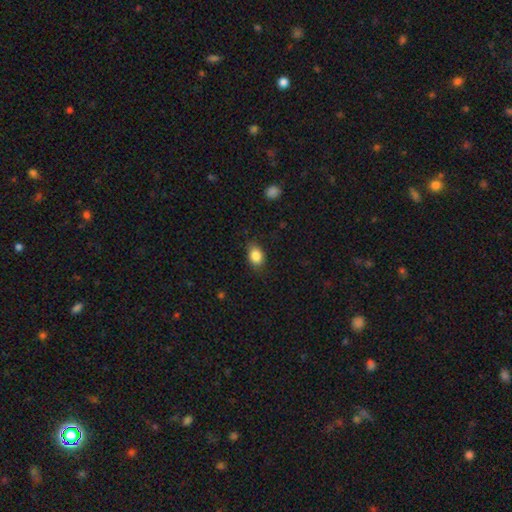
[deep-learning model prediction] Smooth or featured? Predicted: smooth (p=0.85). How rounded? Predicted: in between (p=0.75). Merging? Predicted: none (p=0.81).